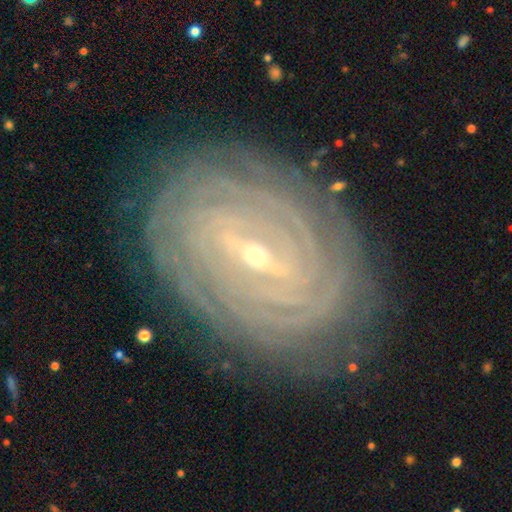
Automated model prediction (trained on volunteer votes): A featured or disk galaxy (87%) with a strong bar (47%), tight (88%) spiral arms (96%) and a small central bulge (73%).

Vote fractions:
- Smooth or featured? featured or disk: 87% / star or artifact: 6% / smooth: 6%
- Edge-on disk? no: 96% / yes: 4%
- Bar? strong: 47% / weak: 40% / no: 13%
- Spiral arms? yes: 96% / no: 4%
- Spiral winding? tight: 88% / medium: 10% / loose: 2%
- Spiral arm count? can't tell: 32% / more than 4: 20% / 4: 19% / 2: 11% / 3: 10% / 1: 7%
- Bulge size? small: 73% / moderate: 24% / large: 1% / none: 1% / dominant: 1%
- Merging? none: 86% / minor disturbance: 10% / major disturbance: 3% / merger: 1%